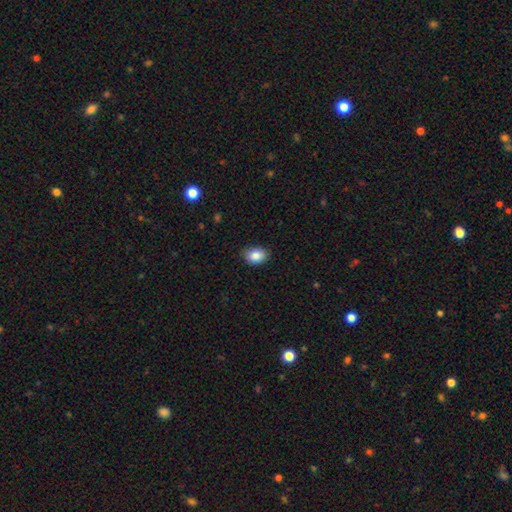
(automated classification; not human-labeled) This appears to be a smooth galaxy with no disk features (86%) that is in between round and cigar-shaped (72%). Merging: none (84%).